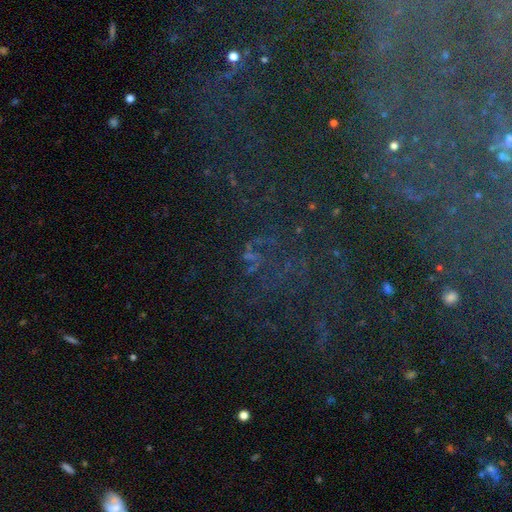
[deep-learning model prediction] Smooth or featured? Predicted: star or artifact (p=0.66).